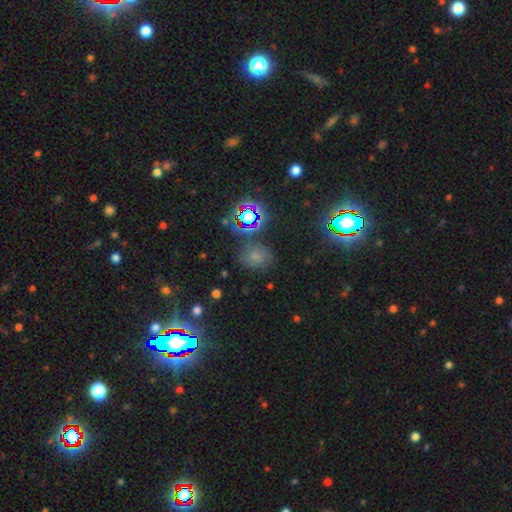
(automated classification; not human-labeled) Smooth or featured: smooth — 51% (star or artifact — 38%)
How rounded: round — 63% (in between — 35%)
Merging: none — 71% (minor disturbance — 17%)